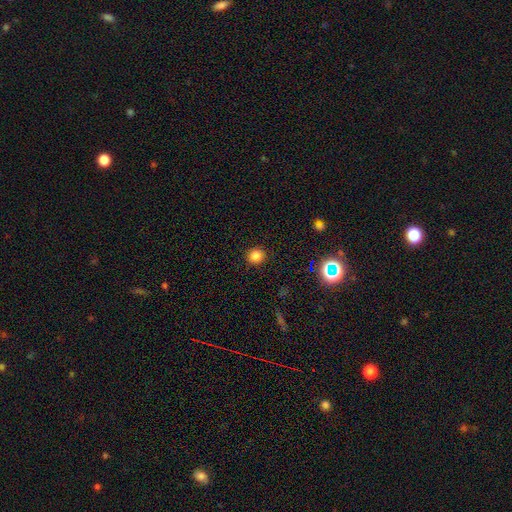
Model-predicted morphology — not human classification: Overall: smooth (82%). How rounded: round (88%). Merging: none (91%).